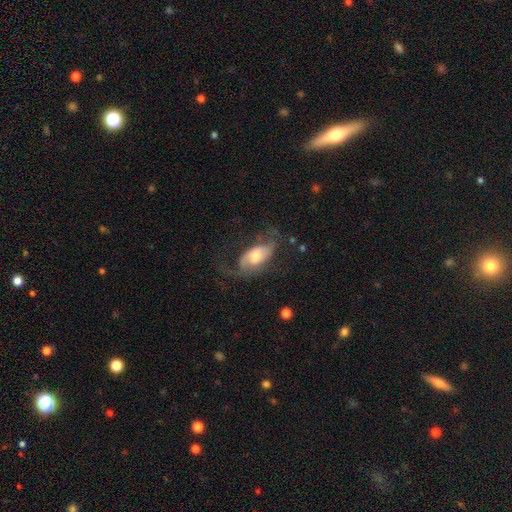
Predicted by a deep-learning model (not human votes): Morphology: type=featured or disk (60%); edge-on=no (91%); bar=no (61%); spiral arms=yes (80%); bulge=moderate (60%); merging=none (47%).